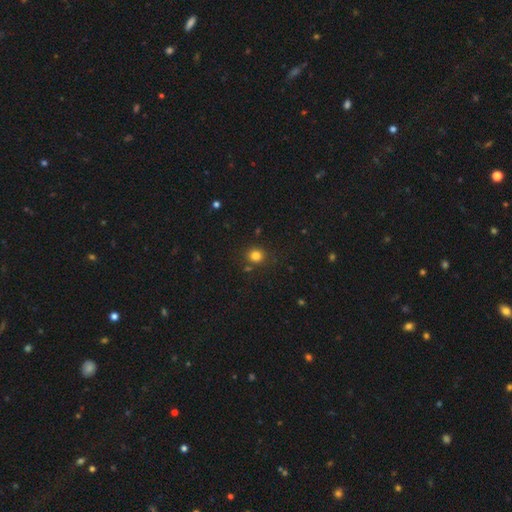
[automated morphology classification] This is likely a smooth galaxy (80%). How rounded: clearly round (88%). Merging: clearly none (83%).